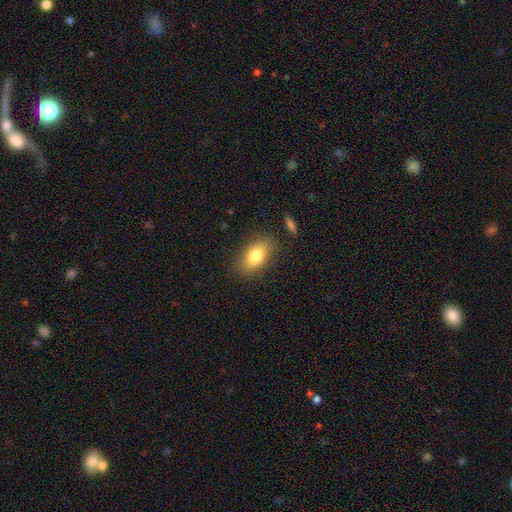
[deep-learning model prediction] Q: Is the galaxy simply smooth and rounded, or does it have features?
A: smooth — 77%.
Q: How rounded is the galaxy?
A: in between — 87%.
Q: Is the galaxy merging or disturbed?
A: none — 81%.